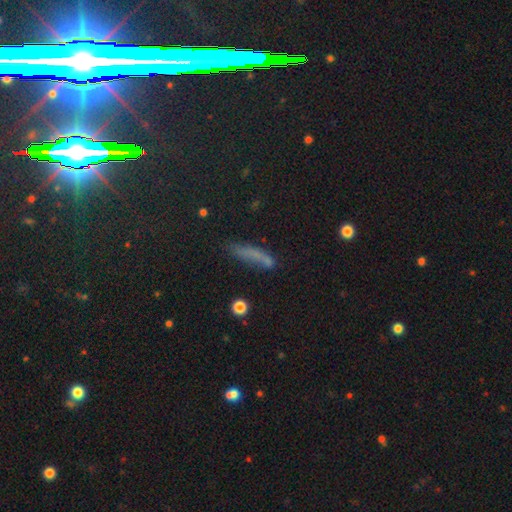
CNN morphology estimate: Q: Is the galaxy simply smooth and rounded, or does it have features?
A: smooth — 62%.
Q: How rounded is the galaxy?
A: cigar-shaped — 81%.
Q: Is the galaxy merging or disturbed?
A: none — 61%.